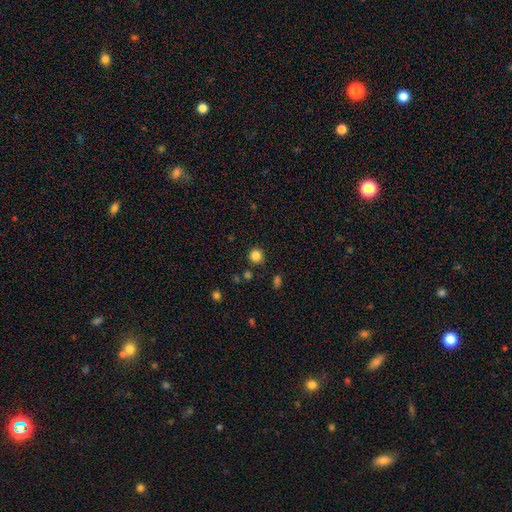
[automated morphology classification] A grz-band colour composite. It shows a smooth galaxy with no disk features (84%) that is round (91%). Merging: none (88%).